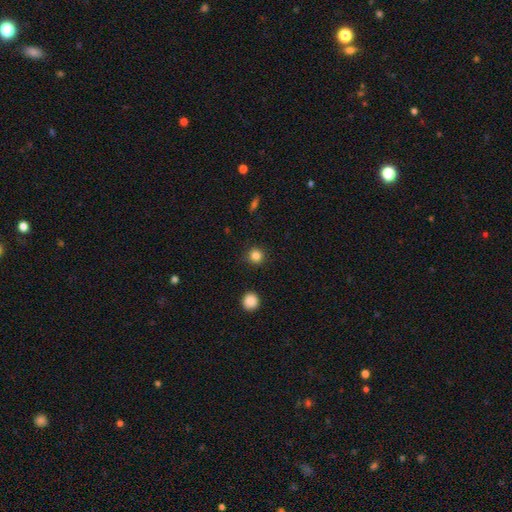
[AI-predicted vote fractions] Smooth or featured? smooth (84%)
How rounded? round (93%)
Merging? none (89%)